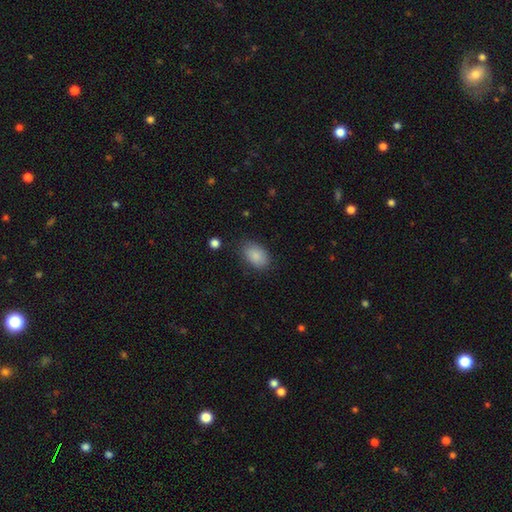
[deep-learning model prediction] Q: Smooth or featured?
A: smooth (87%); runner-up: star or artifact (7%)
Q: How rounded?
A: in between (88%); runner-up: round (10%)
Q: Merging?
A: none (78%); runner-up: minor disturbance (16%)